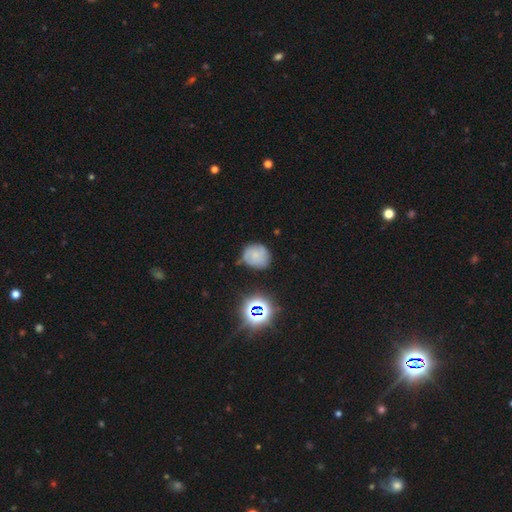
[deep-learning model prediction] The model was most divided on "smooth or featured": smooth: 57%, featured or disk: 28%, star or artifact: 15%. More confident: how rounded — round (76%); merging — none (65%).